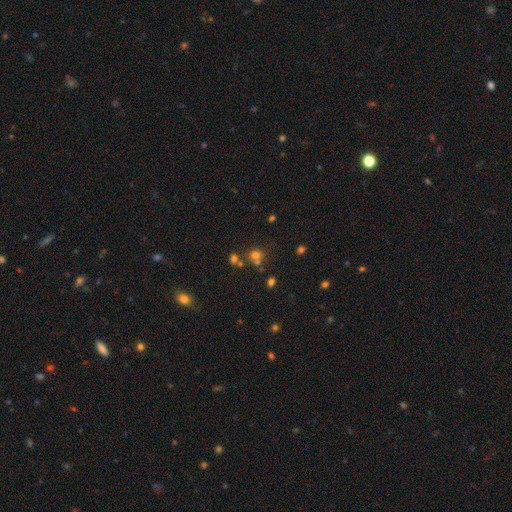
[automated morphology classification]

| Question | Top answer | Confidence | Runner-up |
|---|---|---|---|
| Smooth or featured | smooth | 59% | star or artifact (29%) |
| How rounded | round | 84% | in between (15%) |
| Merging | none | 59% | merger (28%) |